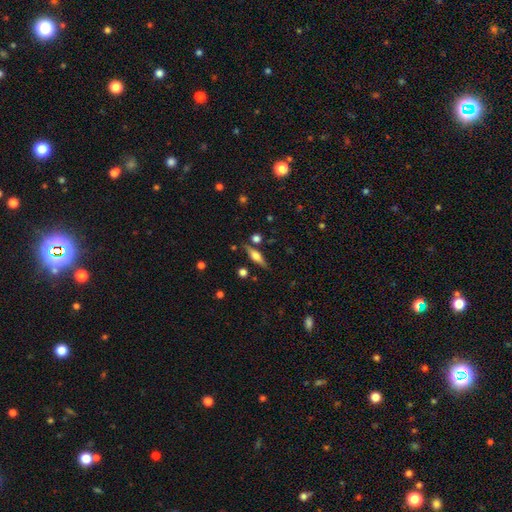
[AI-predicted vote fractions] Overall: featured or disk (51%; smooth 40%). Edge-on disk: yes (93%). Merging: none (80%).